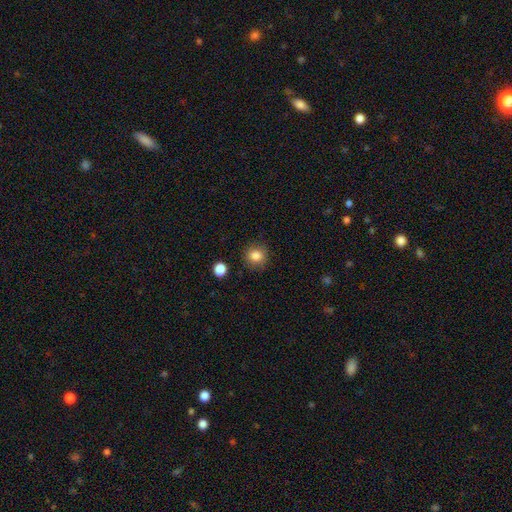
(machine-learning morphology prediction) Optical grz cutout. It shows a smooth galaxy with no disk features (84%) that is round (90%). Merging: none (86%).